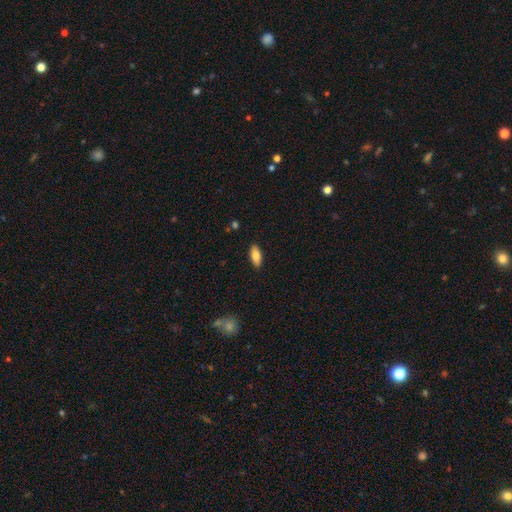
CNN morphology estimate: This appears to be a smooth galaxy with no disk features (79%) that is in between round and cigar-shaped (86%). Merging: none (88%).